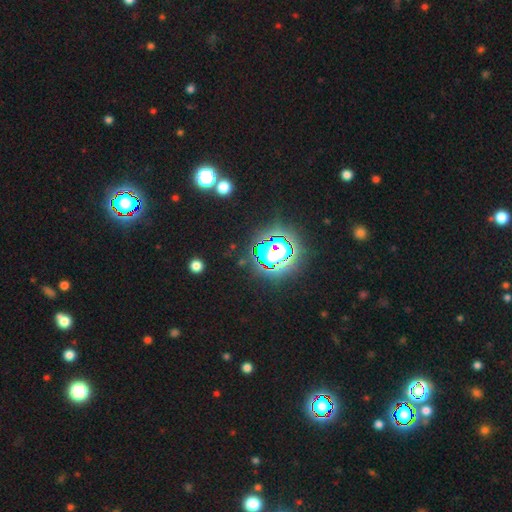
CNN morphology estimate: star or artifact 81%, smooth 11%, featured or disk 8%.